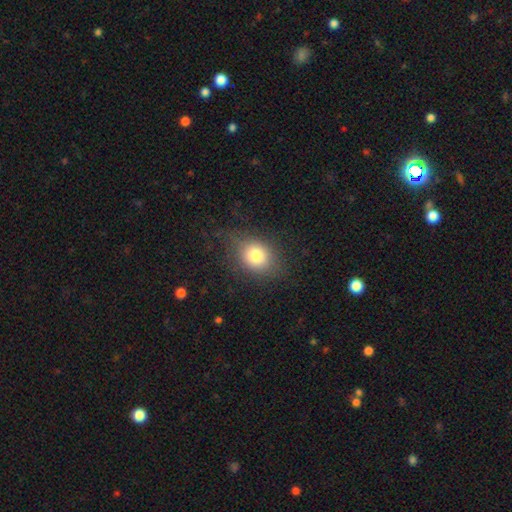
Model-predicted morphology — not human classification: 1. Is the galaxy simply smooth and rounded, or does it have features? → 78% smooth, 12% star or artifact, 11% featured or disk.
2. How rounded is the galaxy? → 59% round, 40% in between, 1% cigar-shaped.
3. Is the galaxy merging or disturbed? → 72% none, 18% minor disturbance, 9% major disturbance, 1% merger.